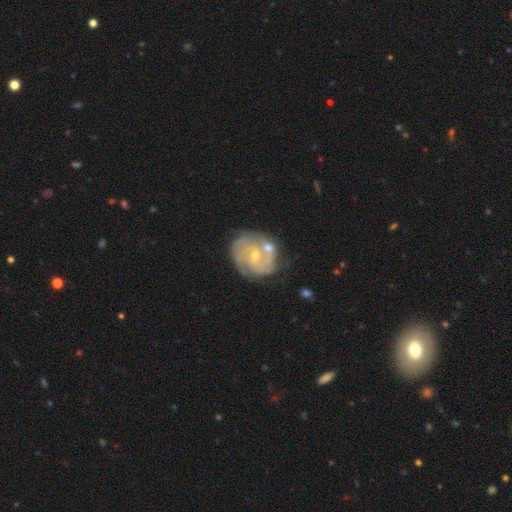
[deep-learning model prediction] Q: Smooth or featured?
A: featured or disk (81%); runner-up: smooth (13%)
Q: Edge-on disk?
A: no (98%); runner-up: yes (2%)
Q: Bar?
A: no (56%); runner-up: weak (37%)
Q: Spiral arms?
A: yes (91%); runner-up: no (9%)
Q: Spiral winding?
A: tight (56%); runner-up: medium (35%)
Q: Spiral arm count?
A: 2 (39%); runner-up: can't tell (26%)
Q: Bulge size?
A: small (66%); runner-up: moderate (30%)
Q: Merging?
A: none (55%); runner-up: merger (21%)